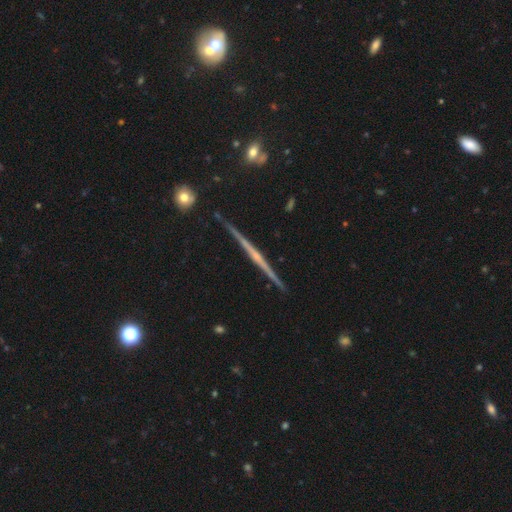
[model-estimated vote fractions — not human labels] This is clearly a featured or disk galaxy (81%). It is clearly viewed edge-on (98%). Edge-on bulge: possibly none (55%). Merging: clearly none (91%).